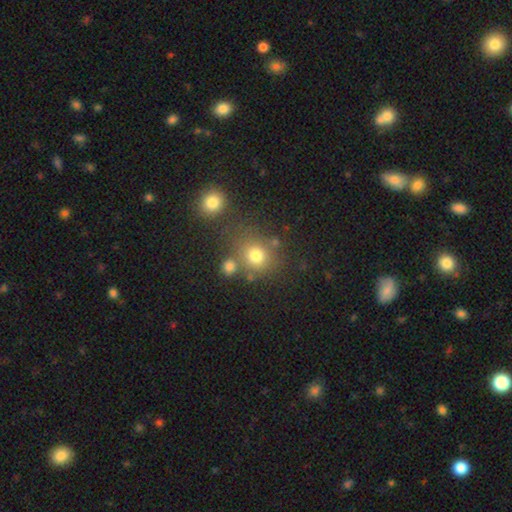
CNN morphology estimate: The model was most divided on "merging": none: 66%, merger: 17%, minor disturbance: 11%, major disturbance: 6%. More confident: how rounded — round (82%); smooth or featured — smooth (74%).